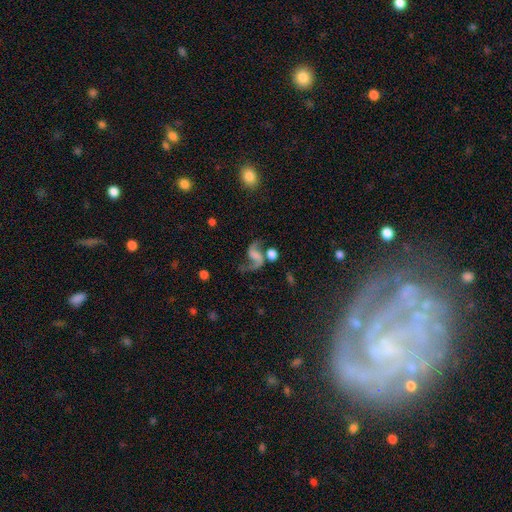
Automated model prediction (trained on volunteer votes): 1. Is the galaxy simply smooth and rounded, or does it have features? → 83% featured or disk, 9% smooth, 8% star or artifact.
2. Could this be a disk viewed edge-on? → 98% no, 2% yes.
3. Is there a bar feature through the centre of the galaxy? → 45% no, 37% weak, 18% strong.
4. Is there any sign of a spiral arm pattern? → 96% yes, 4% no.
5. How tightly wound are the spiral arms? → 79% loose, 17% medium, 3% tight.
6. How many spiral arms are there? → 91% 2, 5% 1, 1% can't tell, 1% 3, 1% 4, 1% more than 4.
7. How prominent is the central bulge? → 59% none, 16% small, 12% moderate, 10% large, 3% dominant.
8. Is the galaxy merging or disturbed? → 56% none, 16% minor disturbance, 14% major disturbance, 14% merger.